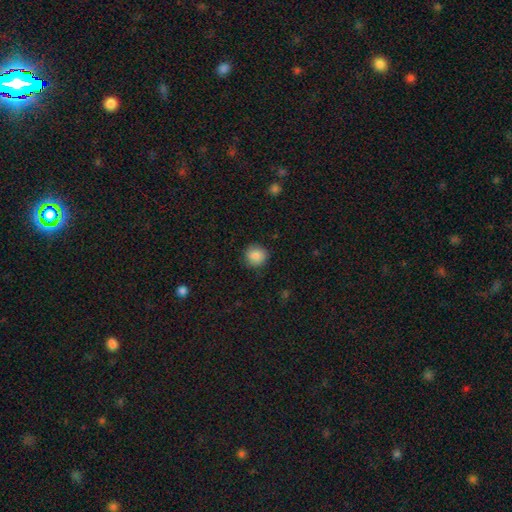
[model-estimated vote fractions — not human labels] A smooth galaxy with no disk features (86%) that is round (90%). Merging: none (86%).